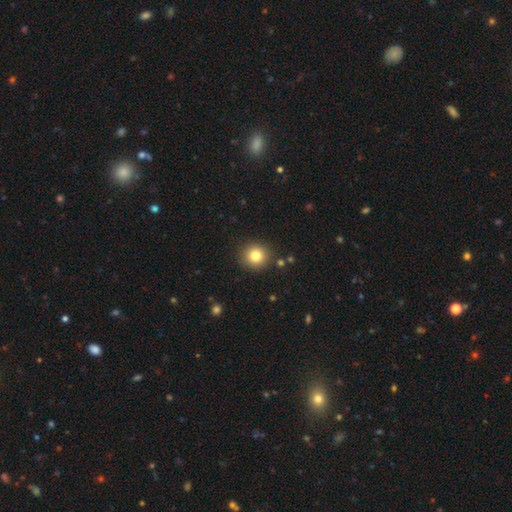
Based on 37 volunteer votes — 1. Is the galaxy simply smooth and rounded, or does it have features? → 95% smooth, 5% featured or disk, 0% star or artifact.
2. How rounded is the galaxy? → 94% round, 6% in between, 0% cigar-shaped.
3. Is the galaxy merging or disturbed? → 89% none, 8% minor disturbance, 3% major disturbance, 0% merger.